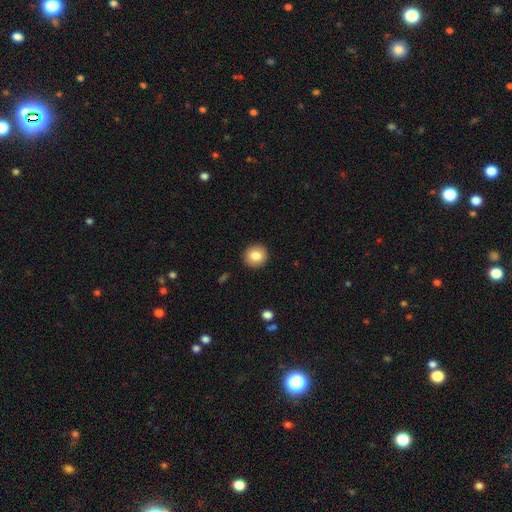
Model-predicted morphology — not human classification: Smooth or featured? Predicted: smooth (p=0.84). How rounded? Predicted: round (p=0.88). Merging? Predicted: none (p=0.92).